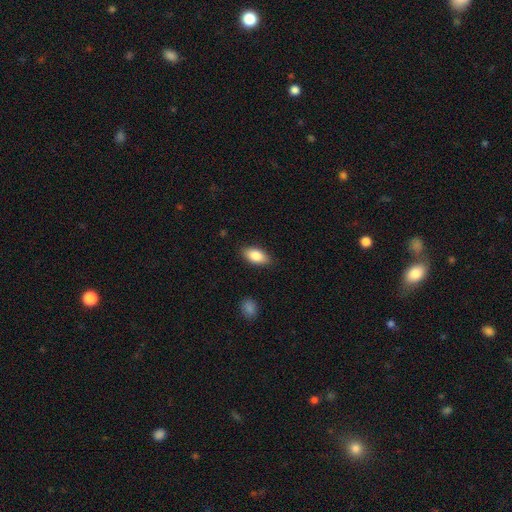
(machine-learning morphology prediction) The model was most divided on "smooth or featured": smooth: 84%, featured or disk: 9%, star or artifact: 7%. More confident: how rounded — in between (91%); merging — none (86%).